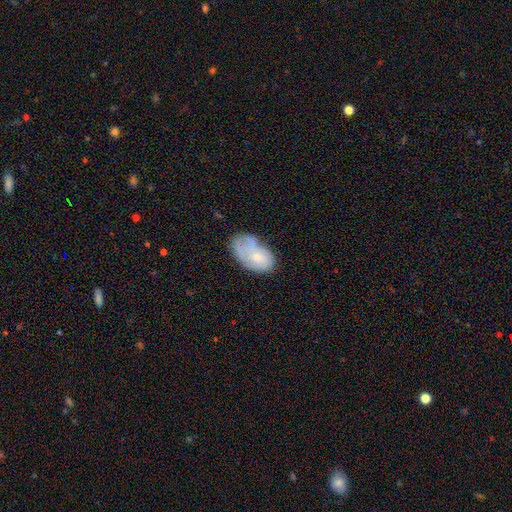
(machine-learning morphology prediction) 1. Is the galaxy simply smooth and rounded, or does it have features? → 55% smooth, 38% featured or disk, 7% star or artifact.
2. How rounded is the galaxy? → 92% in between, 6% round, 2% cigar-shaped.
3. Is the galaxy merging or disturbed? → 37% none, 35% minor disturbance, 20% major disturbance, 7% merger.